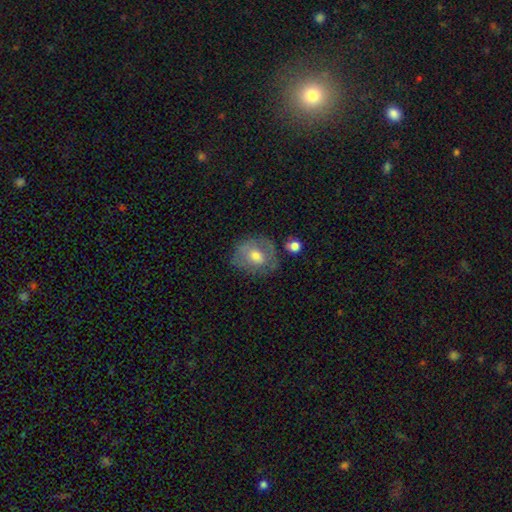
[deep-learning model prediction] Smooth or featured: smooth — 51% (featured or disk — 41%)
How rounded: round — 63% (in between — 36%)
Merging: none — 64% (minor disturbance — 22%)